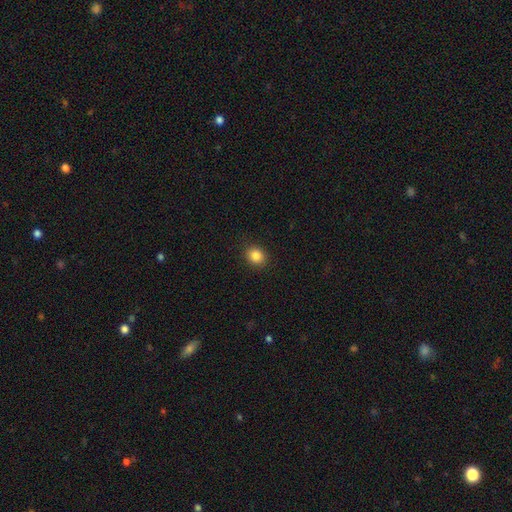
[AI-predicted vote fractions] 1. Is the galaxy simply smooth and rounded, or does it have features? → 85% smooth, 10% star or artifact, 5% featured or disk.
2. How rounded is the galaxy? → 64% round, 35% in between, 1% cigar-shaped.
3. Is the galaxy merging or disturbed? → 90% none, 7% minor disturbance, 2% major disturbance, 1% merger.